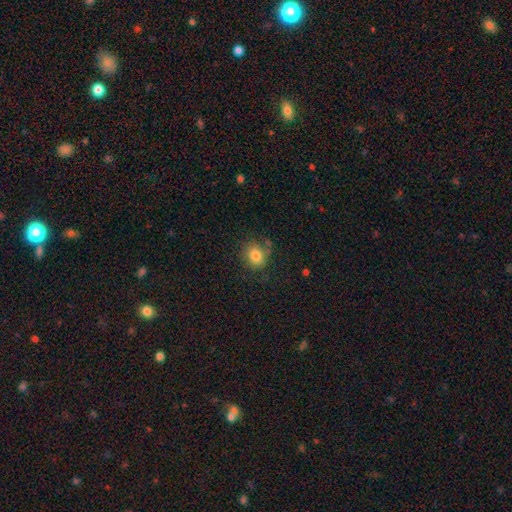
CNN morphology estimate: Smooth or featured?
  - smooth: 82% *
  - star or artifact: 10%
  - featured or disk: 8%
How rounded?
  - round: 68% *
  - in between: 32%
  - cigar-shaped: 1%
Merging?
  - none: 74% *
  - minor disturbance: 17%
  - major disturbance: 5%
  - merger: 4%